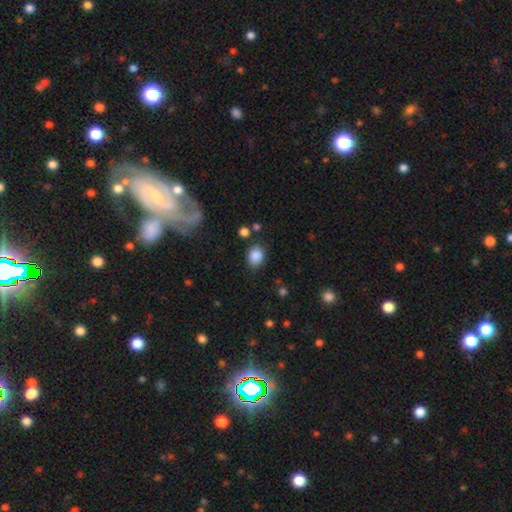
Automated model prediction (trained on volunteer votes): A smooth galaxy with no disk features (87%) that is in between round and cigar-shaped (57%). Merging: none (79%).